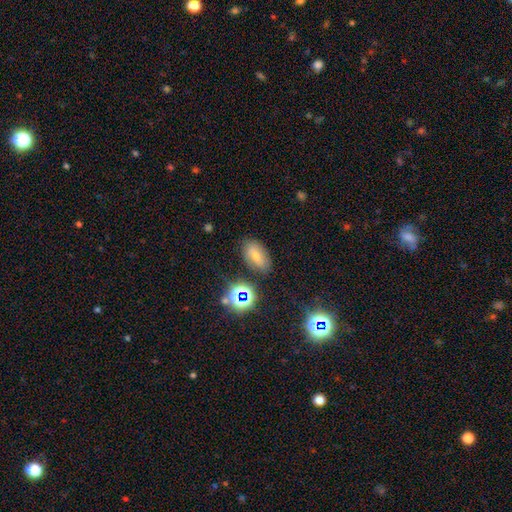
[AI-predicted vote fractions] smooth 43%, star or artifact 36%, featured or disk 21%. Down the decision tree: merging — none (81%).